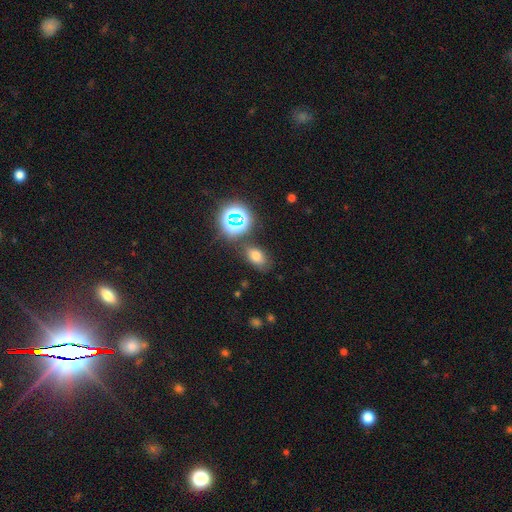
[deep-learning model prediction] This is likely a smooth galaxy (66%). How rounded: clearly in between (82%). Merging: likely none (77%).